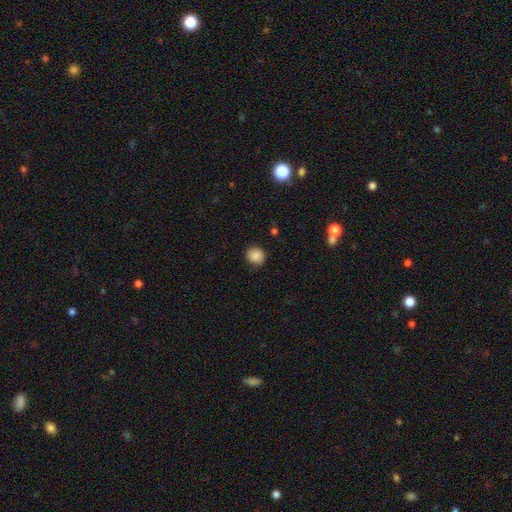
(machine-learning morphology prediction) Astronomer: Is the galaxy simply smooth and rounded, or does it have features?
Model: smooth — 86%.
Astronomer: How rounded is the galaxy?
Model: round — 86%.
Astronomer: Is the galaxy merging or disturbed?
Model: none — 87%.